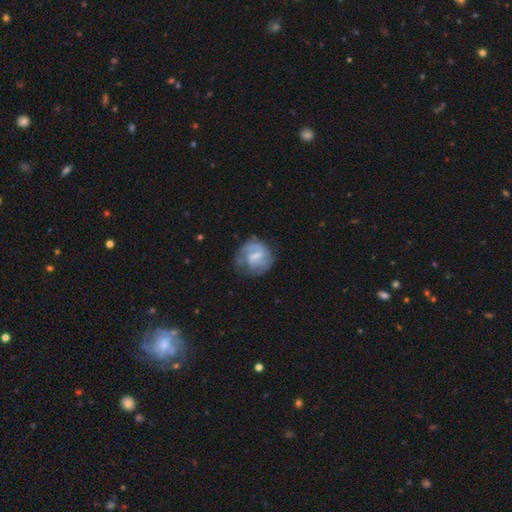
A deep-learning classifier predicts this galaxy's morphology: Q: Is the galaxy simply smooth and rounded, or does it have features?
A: featured or disk — 66%.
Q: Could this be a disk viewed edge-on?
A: no — 98%.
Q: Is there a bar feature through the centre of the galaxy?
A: weak — 60%.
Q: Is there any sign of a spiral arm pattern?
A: yes — 84%.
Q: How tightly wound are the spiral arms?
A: medium — 43%.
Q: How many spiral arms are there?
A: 2 — 59%.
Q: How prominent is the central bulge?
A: small — 46%.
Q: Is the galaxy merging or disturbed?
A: none — 57%.